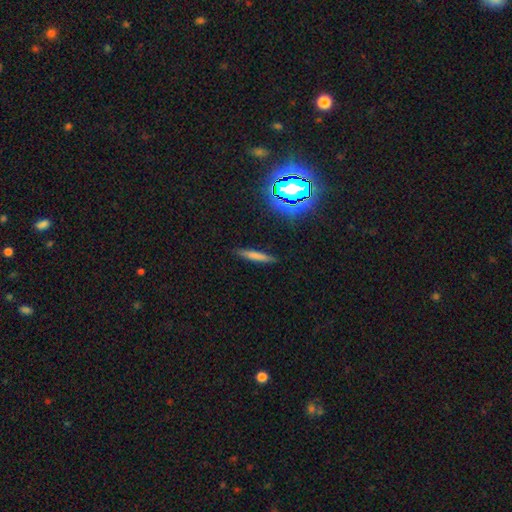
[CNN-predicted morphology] Smooth or featured: smooth — 66% (featured or disk — 22%)
How rounded: cigar-shaped — 91% (in between — 7%)
Merging: none — 87% (minor disturbance — 9%)